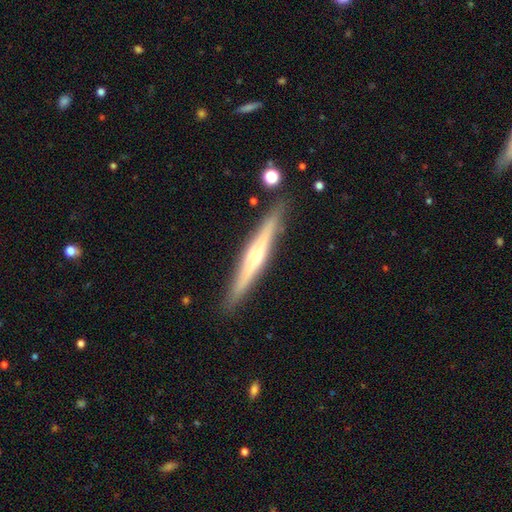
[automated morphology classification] smooth_or_featured: featured or disk (p=0.67) [alt: smooth p=0.27]
disk_edge_on: yes (p=0.96) [alt: no p=0.04]
edge_on_bulge: rounded (p=0.68) [alt: none p=0.24]
merging: none (p=0.87) [alt: minor disturbance p=0.09]